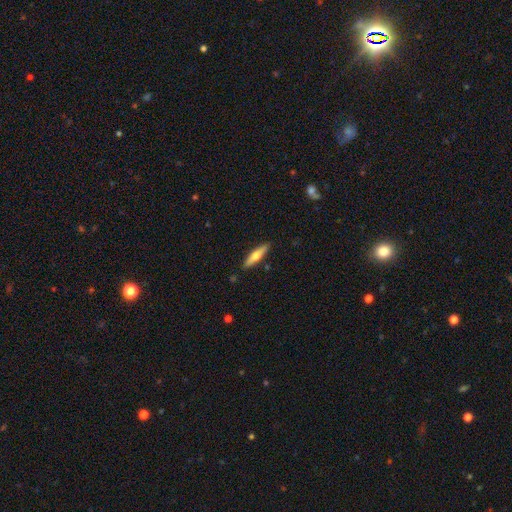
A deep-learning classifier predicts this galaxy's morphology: This appears to be a smooth galaxy with no disk features (53%) that is cigar-shaped (78%). Merging: none (89%).